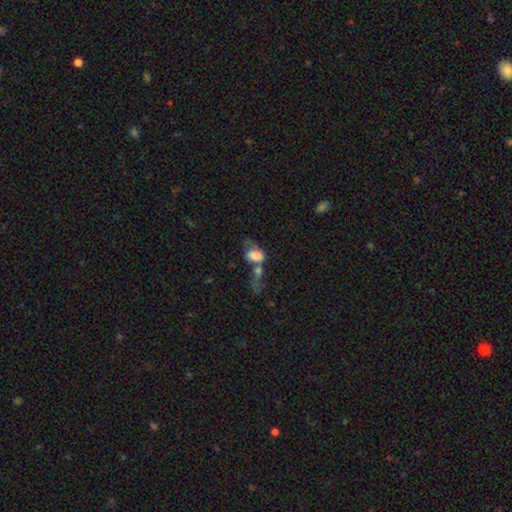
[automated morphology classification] Smooth or featured: smooth — 65% (featured or disk — 25%)
How rounded: in between — 82% (round — 15%)
Merging: merger — 52% (major disturbance — 23%)